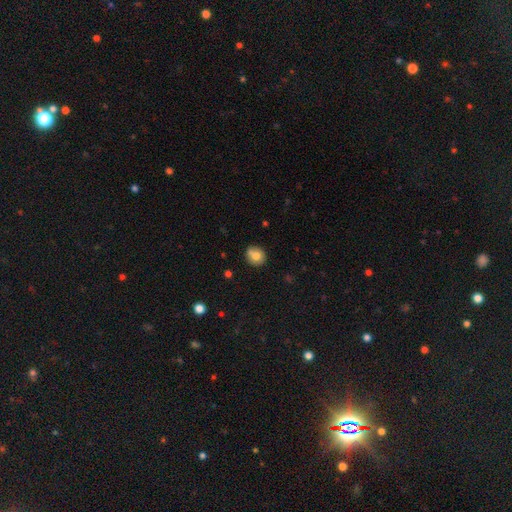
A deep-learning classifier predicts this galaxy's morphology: type=smooth (75%); roundness=round (79%); merging=none (73%).